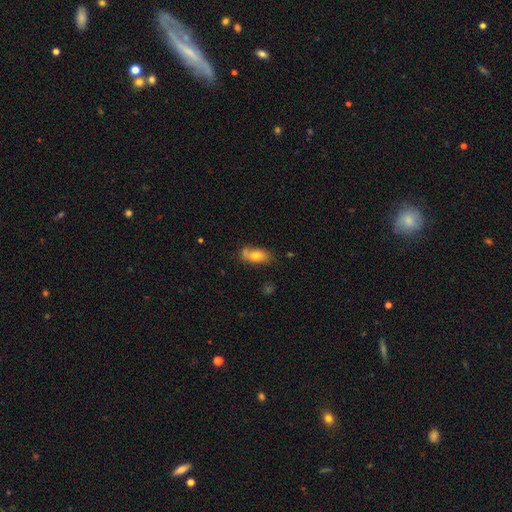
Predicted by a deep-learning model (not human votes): Smooth or featured? Predicted: smooth (p=0.73). How rounded? Predicted: in between (p=0.85). Merging? Predicted: none (p=0.61).